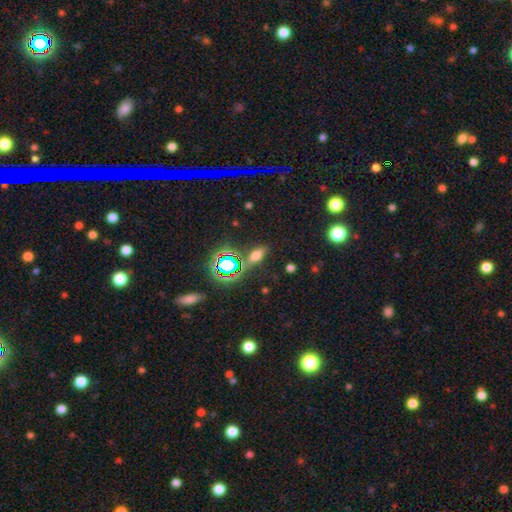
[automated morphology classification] Overall: smooth (56%; star or artifact 32%). How rounded: in between (71%). Merging: none (76%).